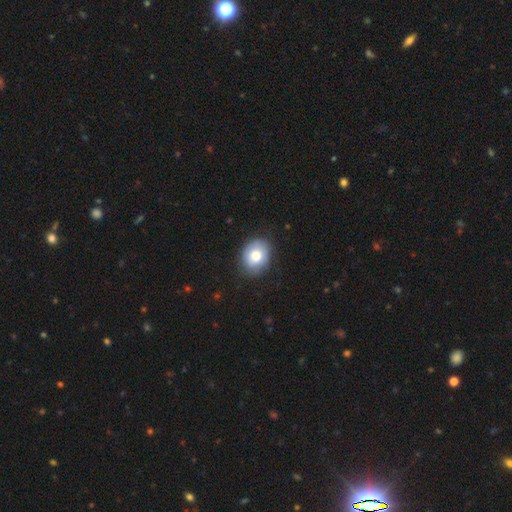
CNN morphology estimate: smooth 77%, featured or disk 15%, star or artifact 7%. Down the decision tree: how rounded — round (50%); merging — none (80%).